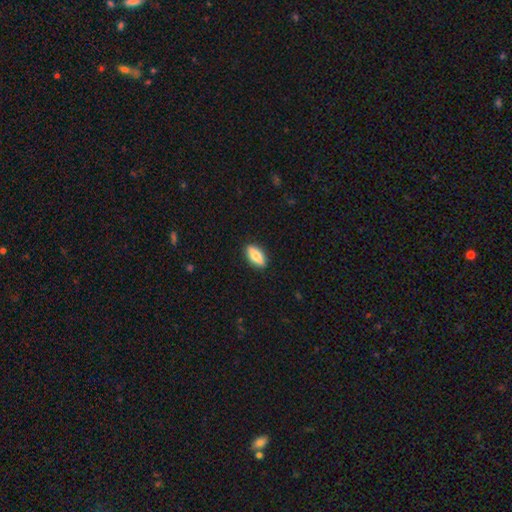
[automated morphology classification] smooth 76%, featured or disk 18%, star or artifact 6%. Down the decision tree: how rounded — in between (78%); merging — none (89%).